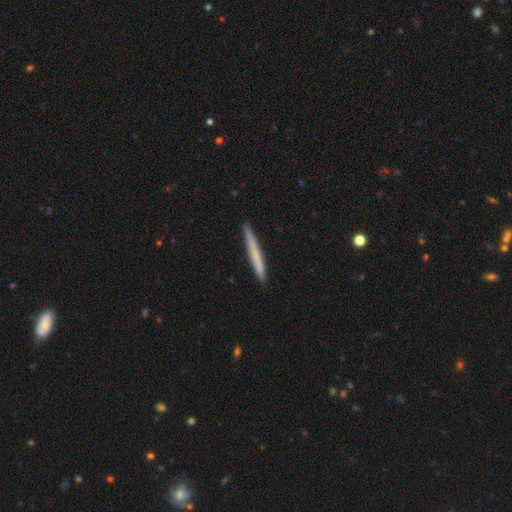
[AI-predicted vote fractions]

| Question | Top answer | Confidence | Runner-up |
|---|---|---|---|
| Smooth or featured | smooth | 63% | featured or disk (32%) |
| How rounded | cigar-shaped | 97% | in between (2%) |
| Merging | none | 91% | minor disturbance (6%) |